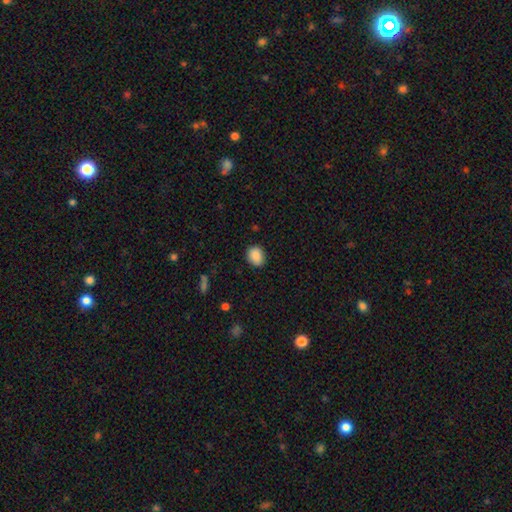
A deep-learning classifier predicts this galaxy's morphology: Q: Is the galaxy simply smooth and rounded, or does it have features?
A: smooth — 88%.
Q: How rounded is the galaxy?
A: round — 53%.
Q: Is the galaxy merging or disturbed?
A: none — 87%.